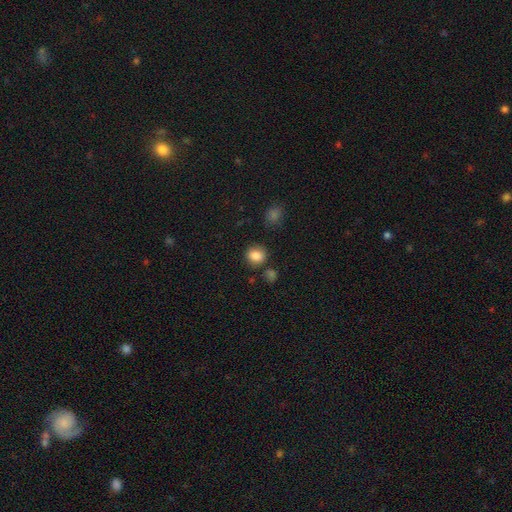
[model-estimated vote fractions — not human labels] This appears to be a smooth galaxy with no disk features (85%) that is round (75%). Merging: none (80%).